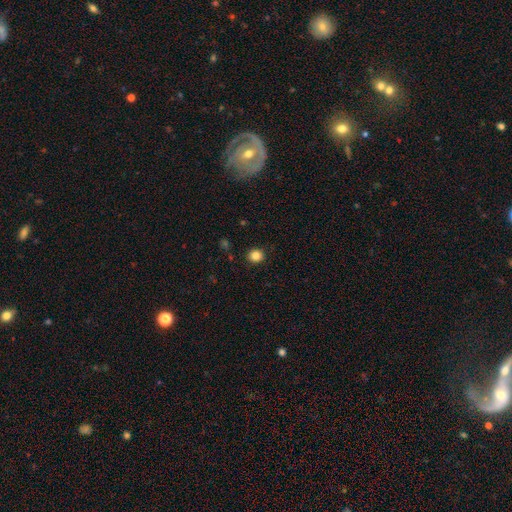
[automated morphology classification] type=smooth (84%); roundness=round (87%); merging=none (90%).